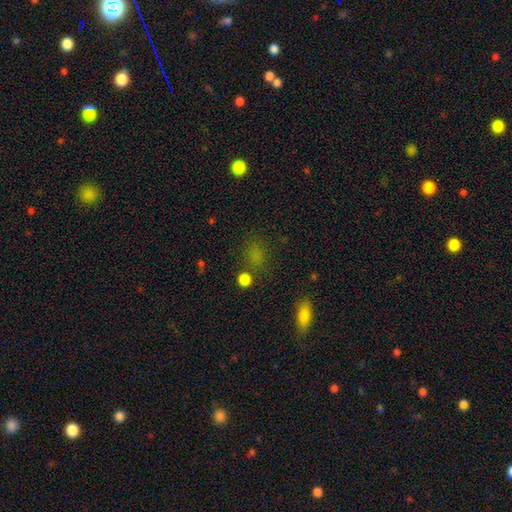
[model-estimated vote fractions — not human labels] Smooth or featured? Predicted: smooth (p=0.68). How rounded? Predicted: round (p=0.53). Merging? Predicted: none (p=0.70).